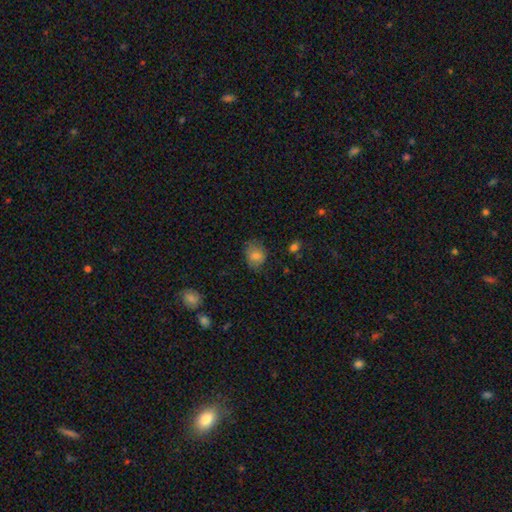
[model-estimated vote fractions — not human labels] This appears to be a smooth galaxy with no disk features (78%) that is in between round and cigar-shaped (51%). Merging: none (68%).